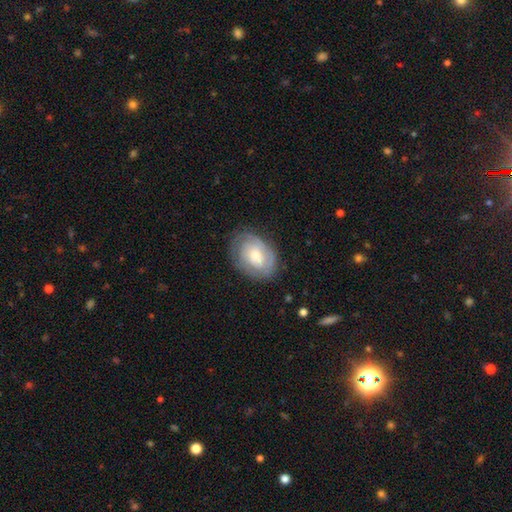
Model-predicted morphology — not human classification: Smooth or featured? Predicted: featured or disk (p=0.55). Edge-on disk? Predicted: no (p=0.96). Bar? Predicted: no (p=0.76). Spiral arms? Predicted: yes (p=0.72). Bulge size? Predicted: moderate (p=0.49). Merging? Predicted: none (p=0.71).